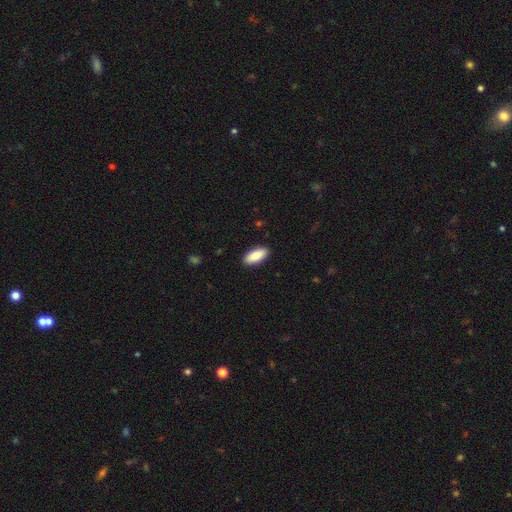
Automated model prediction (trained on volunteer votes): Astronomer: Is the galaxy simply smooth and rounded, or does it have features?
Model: smooth — 86%.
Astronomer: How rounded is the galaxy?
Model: in between — 88%.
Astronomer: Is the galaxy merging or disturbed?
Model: none — 90%.